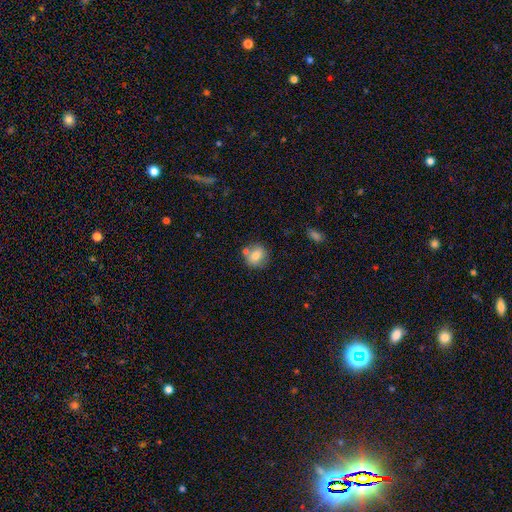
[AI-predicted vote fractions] Overall: smooth (77%). How rounded: round (78%). Merging: none (66%).